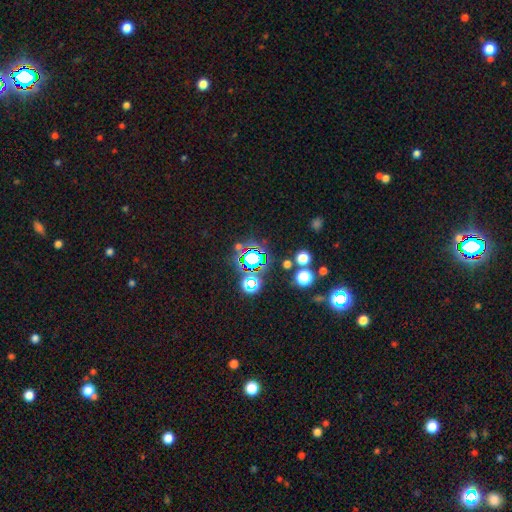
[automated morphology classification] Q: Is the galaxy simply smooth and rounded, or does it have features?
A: star or artifact — 65%.